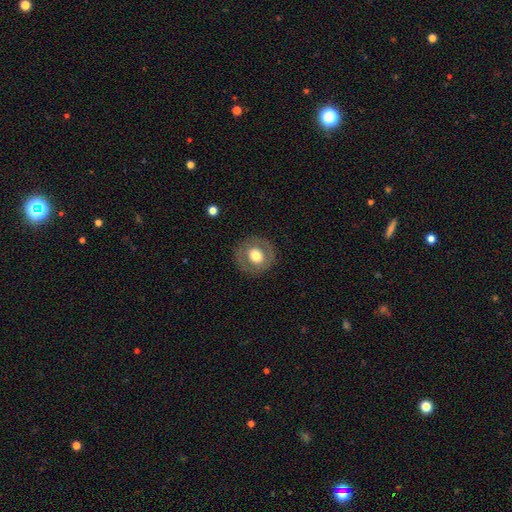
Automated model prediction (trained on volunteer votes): Smooth or featured?
  - smooth: 56% *
  - featured or disk: 36%
  - star or artifact: 7%
How rounded?
  - round: 86% *
  - in between: 13%
  - cigar-shaped: 1%
Merging?
  - none: 85% *
  - minor disturbance: 9%
  - major disturbance: 5%
  - merger: 1%